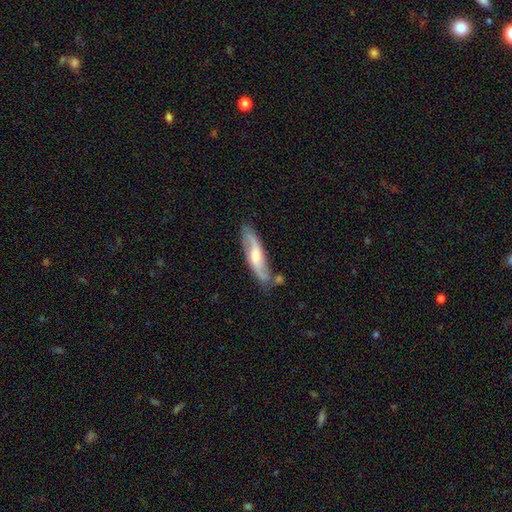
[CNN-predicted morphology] Smooth or featured? featured or disk (66%)
Edge-on disk? no (72%)
Merging? none (69%)